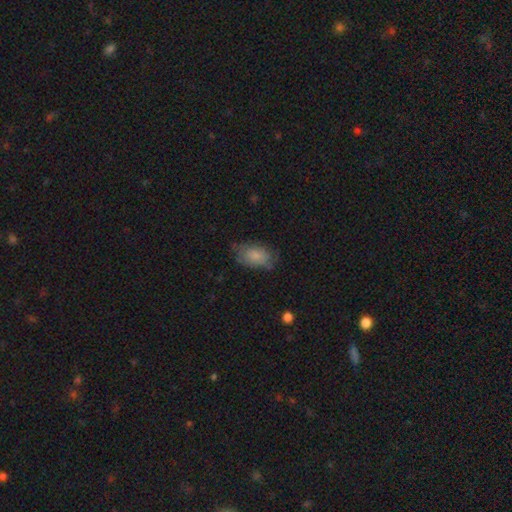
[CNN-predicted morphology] A smooth galaxy with no disk features (81%) that is in between round and cigar-shaped (91%).

Vote fractions:
- Smooth or featured? smooth: 81% / featured or disk: 12% / star or artifact: 7%
- How rounded? in between: 91% / round: 7% / cigar-shaped: 2%
- Merging? none: 63% / minor disturbance: 26% / major disturbance: 9% / merger: 2%